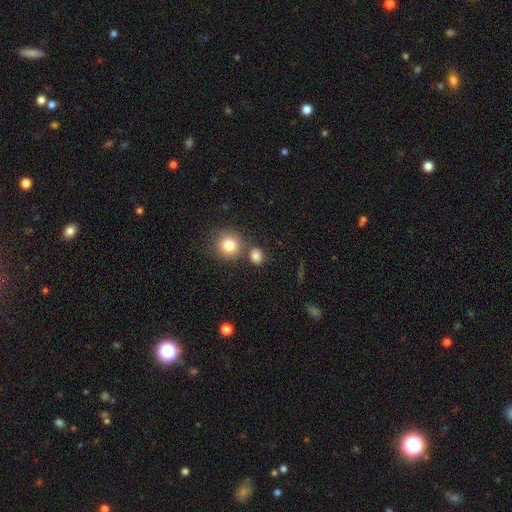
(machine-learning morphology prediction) The model was most divided on "how rounded": round: 72%, in between: 27%, cigar-shaped: 1%. More confident: smooth or featured — smooth (82%); merging — none (70%).